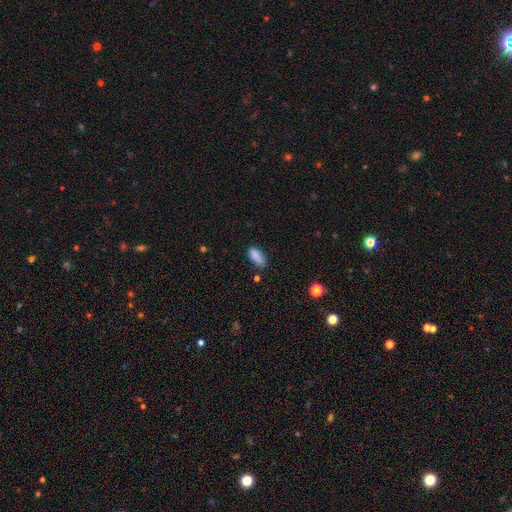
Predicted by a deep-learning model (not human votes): Smooth or featured: smooth — 87% (star or artifact — 8%)
How rounded: in between — 83% (cigar-shaped — 14%)
Merging: none — 74% (minor disturbance — 19%)